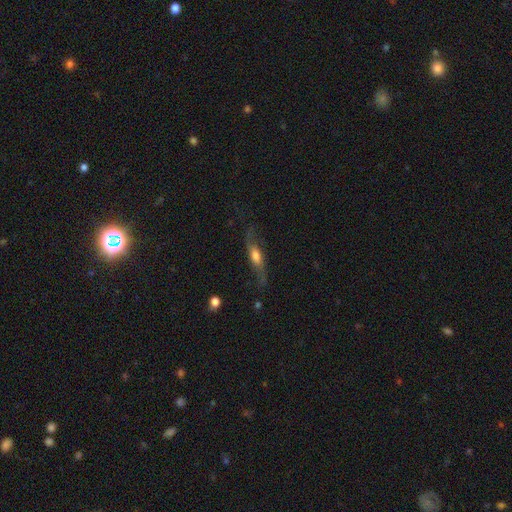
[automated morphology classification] This appears to be a featured or disk galaxy (57%). Merging: none (60%).